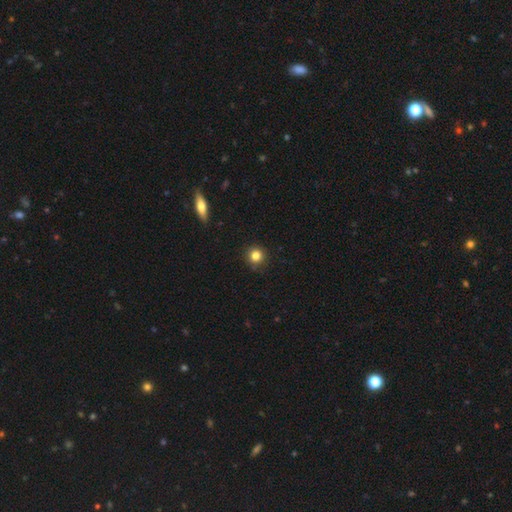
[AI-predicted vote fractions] Morphology: type=smooth (83%); roundness=round (94%); merging=none (89%).